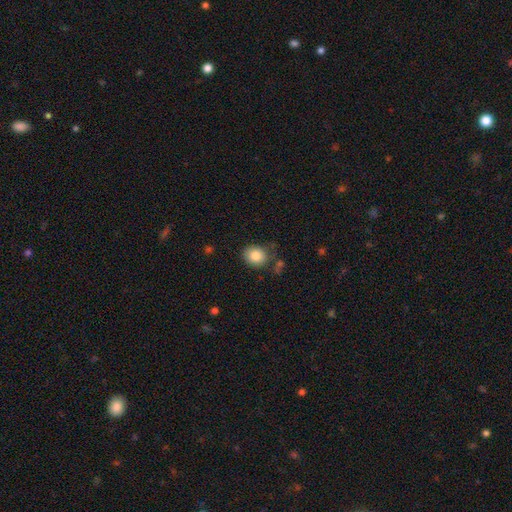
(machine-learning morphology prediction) This appears to be a smooth galaxy with no disk features (83%) that is round (71%). Merging: none (77%).